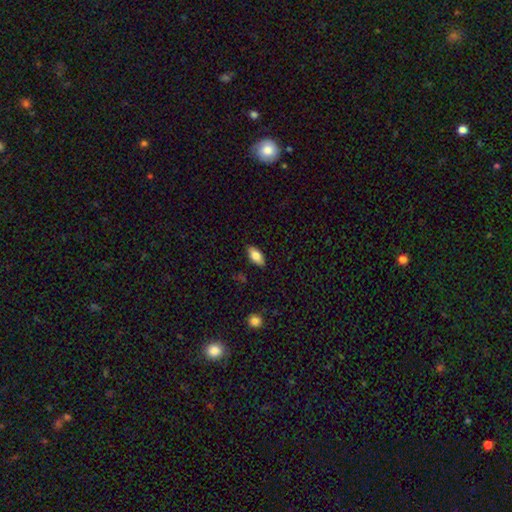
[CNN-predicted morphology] type=smooth (79%); roundness=in between (90%); merging=none (87%).